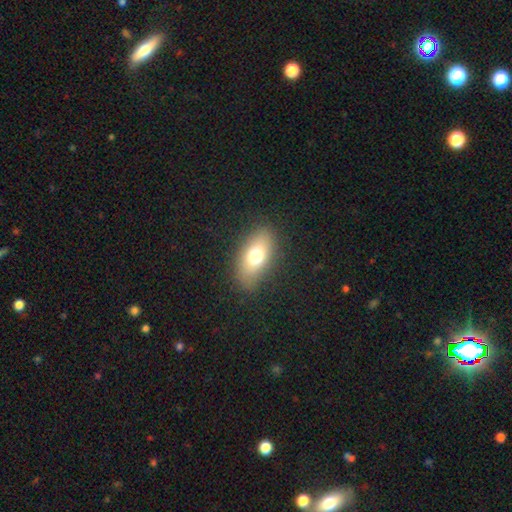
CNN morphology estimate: Smooth or featured?
  - smooth: 70% *
  - featured or disk: 20%
  - star or artifact: 10%
How rounded?
  - in between: 86% *
  - round: 9%
  - cigar-shaped: 6%
Merging?
  - none: 83% *
  - minor disturbance: 11%
  - major disturbance: 4%
  - merger: 1%